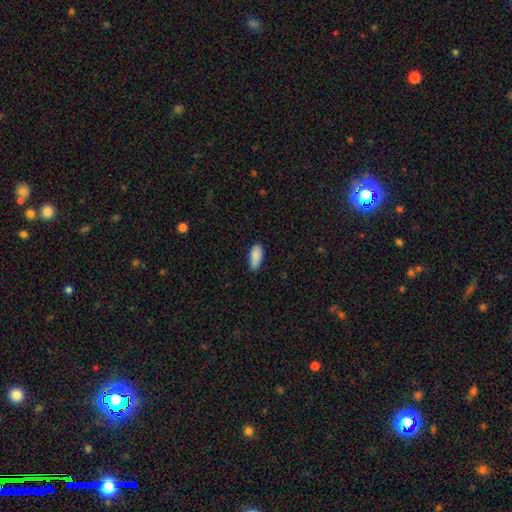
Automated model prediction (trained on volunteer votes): Morphology: type=smooth (88%); roundness=in between (88%); merging=none (72%).